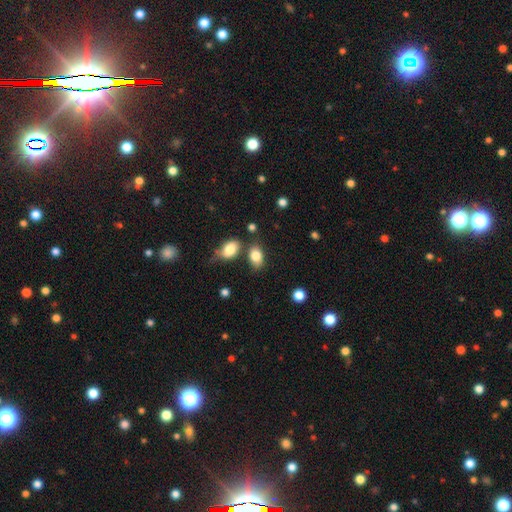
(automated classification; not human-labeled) This is clearly a smooth galaxy (83%). How rounded: clearly in between (87%). Merging: likely none (63%).